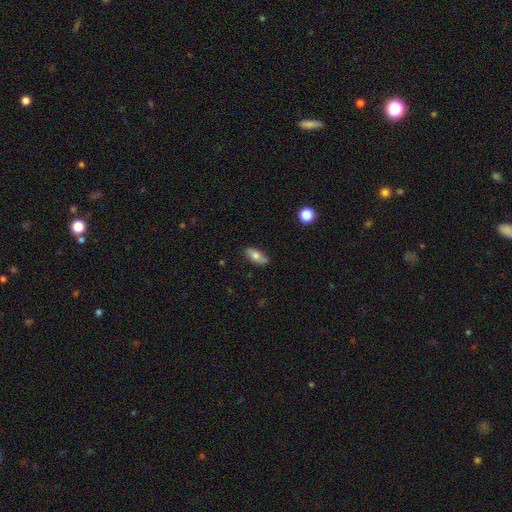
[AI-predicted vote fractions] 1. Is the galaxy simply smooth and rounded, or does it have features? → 69% smooth, 24% featured or disk, 7% star or artifact.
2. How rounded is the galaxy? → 82% in between, 15% cigar-shaped, 4% round.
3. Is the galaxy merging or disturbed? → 80% none, 16% minor disturbance, 3% major disturbance, 1% merger.